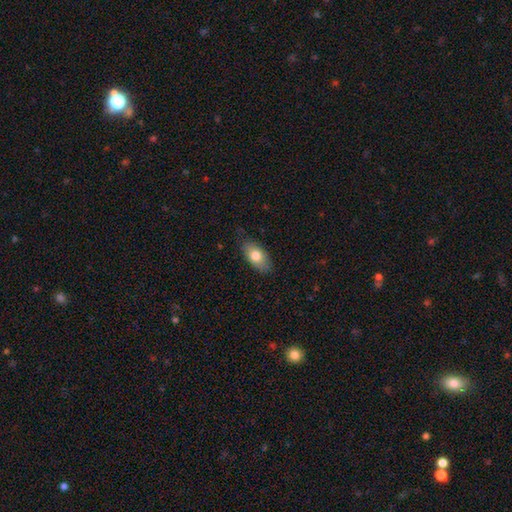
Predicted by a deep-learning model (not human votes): The model was most divided on "smooth or featured": smooth: 76%, featured or disk: 17%, star or artifact: 7%. More confident: how rounded — in between (90%); merging — none (81%).